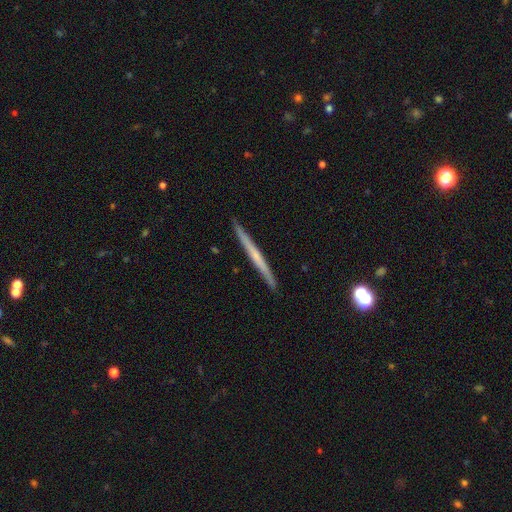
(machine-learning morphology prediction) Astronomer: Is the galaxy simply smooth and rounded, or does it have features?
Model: featured or disk — 58% (runner-up: smooth, 36%).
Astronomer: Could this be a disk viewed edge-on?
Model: yes — 97%.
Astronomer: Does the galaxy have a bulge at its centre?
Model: none — 74%.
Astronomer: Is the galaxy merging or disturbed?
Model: none — 92%.